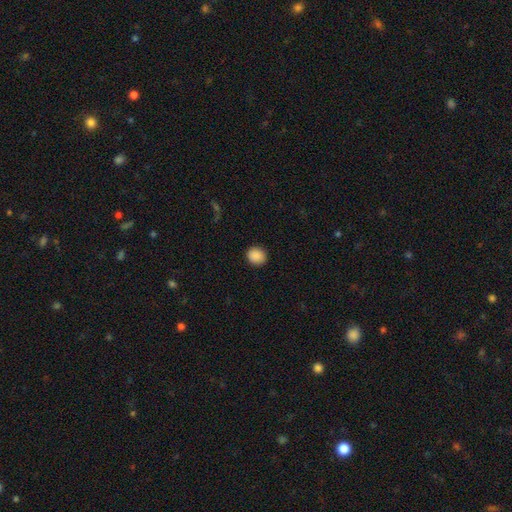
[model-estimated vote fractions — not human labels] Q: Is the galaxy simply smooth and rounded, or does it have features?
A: smooth — 89%.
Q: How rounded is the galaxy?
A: round — 76%.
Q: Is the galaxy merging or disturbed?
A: none — 90%.